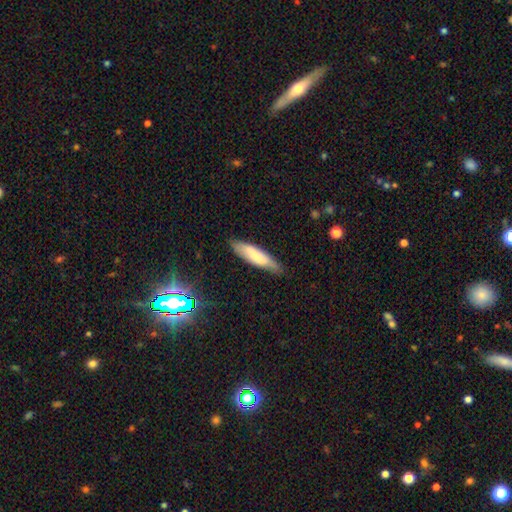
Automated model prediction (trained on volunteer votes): This appears to be a smooth galaxy with no disk features (73%) that is cigar-shaped (65%). Merging: none (78%).